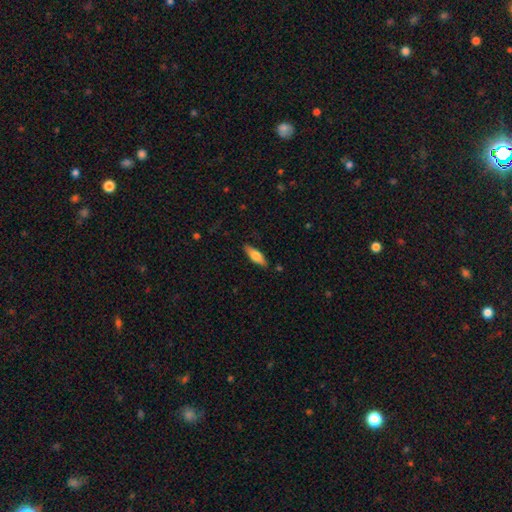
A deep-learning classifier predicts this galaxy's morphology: This is likely a smooth galaxy (62%). How rounded: possibly in between (50%). Merging: clearly none (87%).